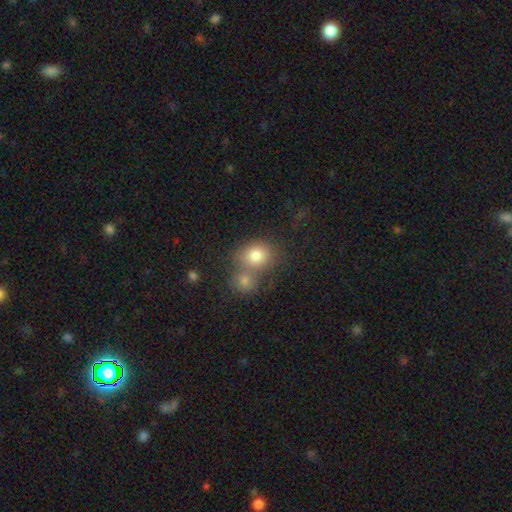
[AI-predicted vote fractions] Q: Smooth or featured?
A: smooth (79%); runner-up: star or artifact (11%)
Q: How rounded?
A: round (69%); runner-up: in between (30%)
Q: Merging?
A: merger (47%); runner-up: none (40%)